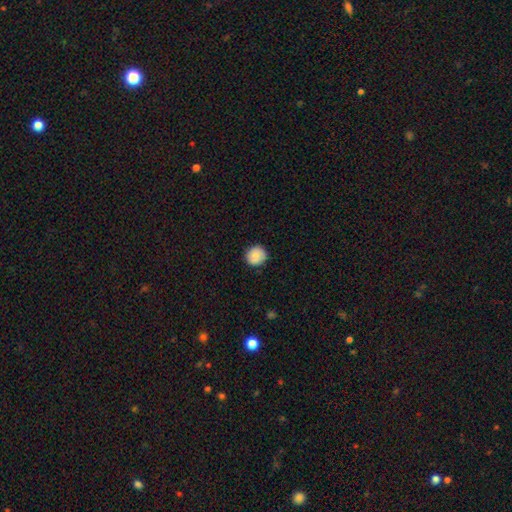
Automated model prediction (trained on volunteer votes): Smooth or featured?
  - smooth: 85% *
  - featured or disk: 8%
  - star or artifact: 7%
How rounded?
  - round: 90% *
  - in between: 9%
  - cigar-shaped: 1%
Merging?
  - none: 88% *
  - minor disturbance: 9%
  - major disturbance: 2%
  - merger: 1%